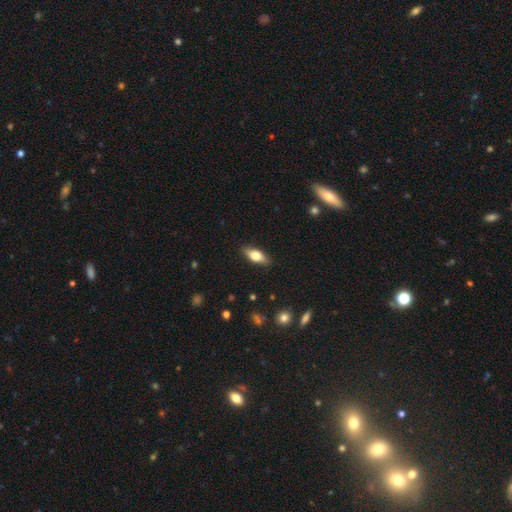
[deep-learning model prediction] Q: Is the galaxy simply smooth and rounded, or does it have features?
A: smooth — 67%.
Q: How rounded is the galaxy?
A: in between — 74%.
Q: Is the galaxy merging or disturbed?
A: none — 87%.